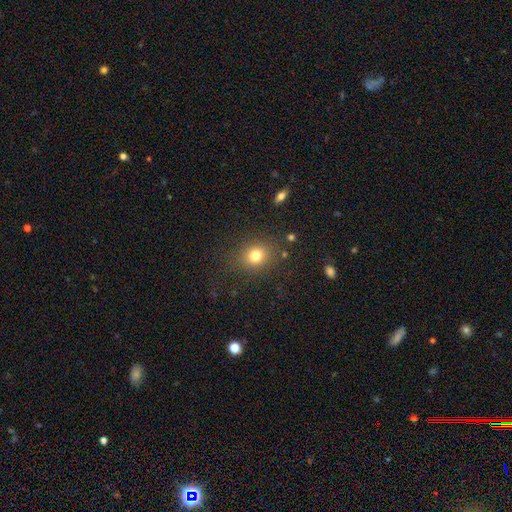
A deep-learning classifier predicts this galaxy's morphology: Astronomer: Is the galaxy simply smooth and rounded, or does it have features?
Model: smooth — 79%.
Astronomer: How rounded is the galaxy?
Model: round — 69%.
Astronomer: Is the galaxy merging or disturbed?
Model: none — 83%.